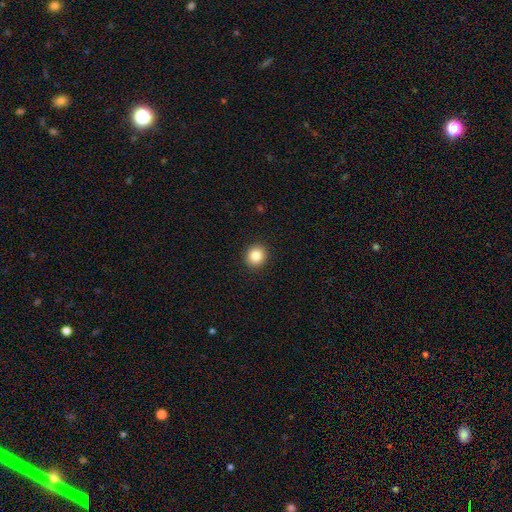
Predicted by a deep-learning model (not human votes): A smooth galaxy with no disk features (85%) that is round (86%).

Vote fractions:
- Smooth or featured? smooth: 85% / star or artifact: 10% / featured or disk: 5%
- How rounded? round: 86% / in between: 13% / cigar-shaped: 1%
- Merging? none: 92% / minor disturbance: 5% / major disturbance: 2% / merger: 1%